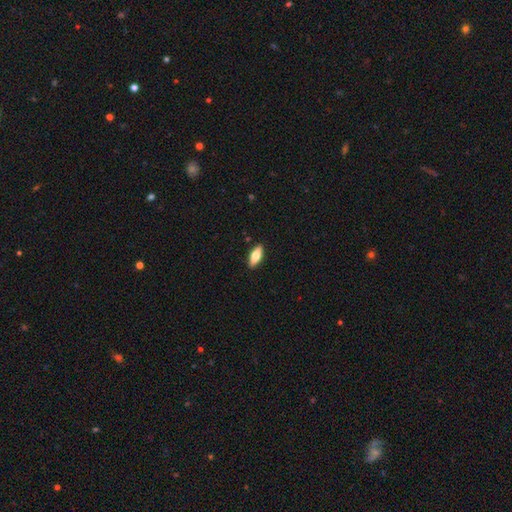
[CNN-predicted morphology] A smooth galaxy with no disk features (63%) that is in between round and cigar-shaped (71%). Merging: none (90%).